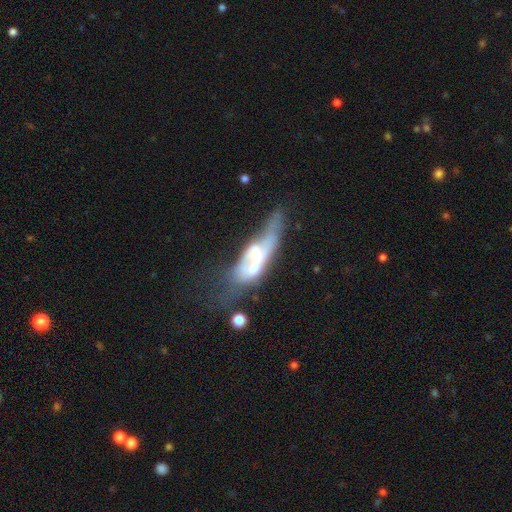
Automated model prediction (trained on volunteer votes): Smooth or featured? featured or disk (60%)
Edge-on disk? no (79%)
Merging? merger (50%)